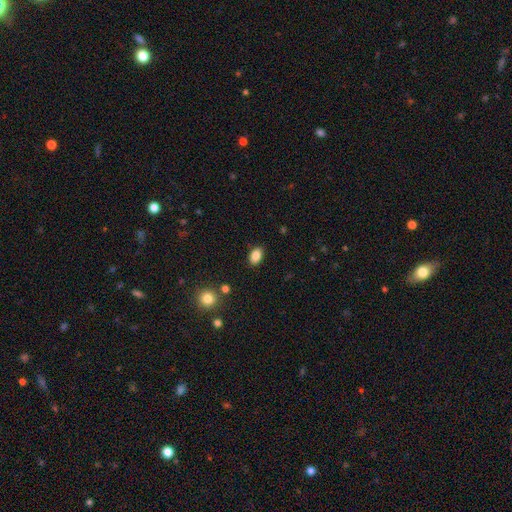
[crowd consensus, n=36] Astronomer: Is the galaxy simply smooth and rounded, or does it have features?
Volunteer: smooth — 97%.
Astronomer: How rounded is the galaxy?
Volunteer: in between — 80%.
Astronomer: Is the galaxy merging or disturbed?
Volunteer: none — 89%.